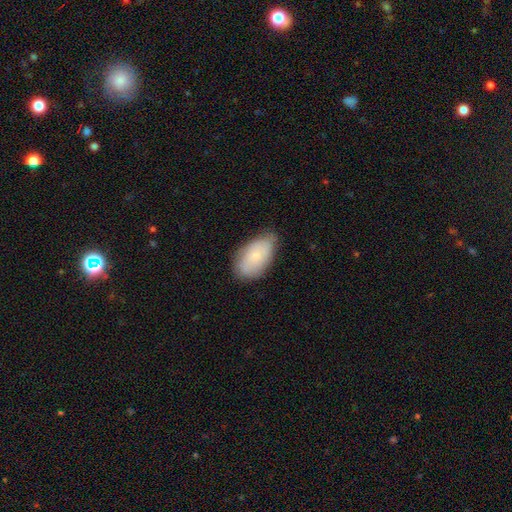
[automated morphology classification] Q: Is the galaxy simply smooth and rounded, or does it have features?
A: smooth — 73%.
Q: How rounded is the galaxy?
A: in between — 94%.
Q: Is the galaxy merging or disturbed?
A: none — 65%.